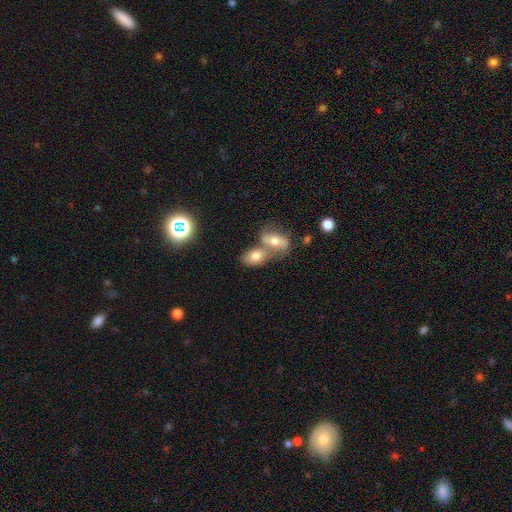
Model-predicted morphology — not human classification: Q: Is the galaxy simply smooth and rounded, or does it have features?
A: smooth — 68%.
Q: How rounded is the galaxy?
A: in between — 86%.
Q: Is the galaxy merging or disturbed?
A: merger — 57%.